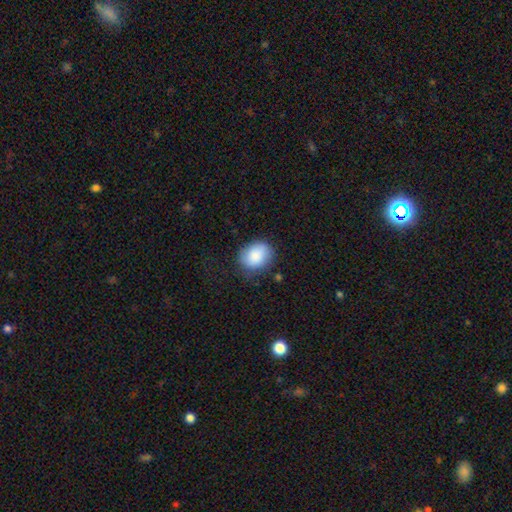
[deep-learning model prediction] The model was most divided on "how rounded": in between: 53%, round: 46%, cigar-shaped: 1%. More confident: smooth or featured — smooth (86%); merging — none (73%).